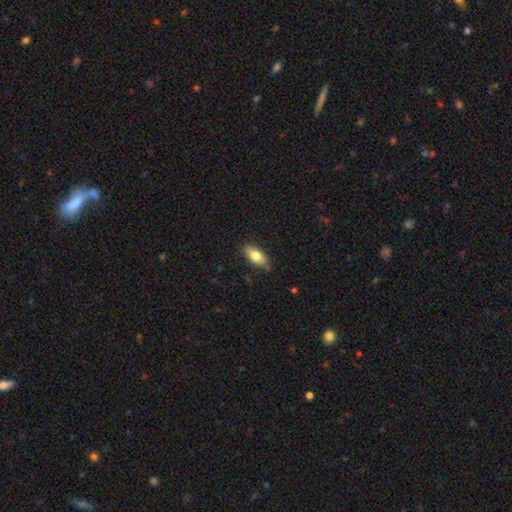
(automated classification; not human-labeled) smooth 76%, featured or disk 18%, star or artifact 7%. Down the decision tree: how rounded — in between (83%); merging — none (83%).